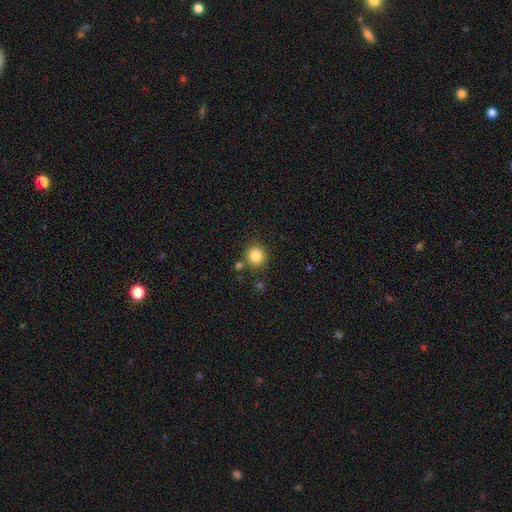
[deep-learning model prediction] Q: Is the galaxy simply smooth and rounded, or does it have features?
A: smooth — 84%.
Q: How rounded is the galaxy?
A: round — 89%.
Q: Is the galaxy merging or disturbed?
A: none — 80%.